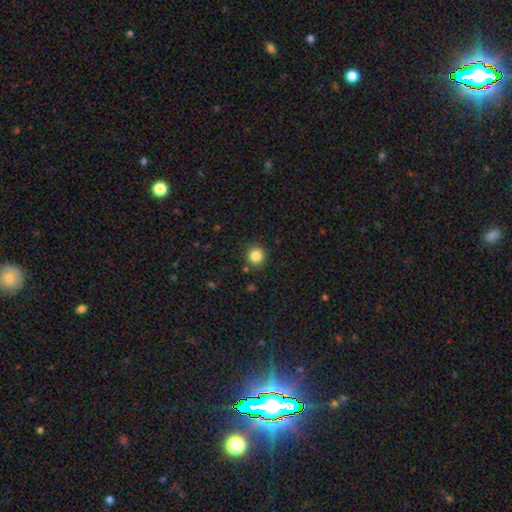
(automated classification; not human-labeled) smooth-or-featured: smooth: 85% | star or artifact: 11% | featured or disk: 4%
  how-rounded: round: 93% | in between: 7% | cigar-shaped: 1%
  merging: none: 89% | minor disturbance: 7% | merger: 2% | major disturbance: 2%